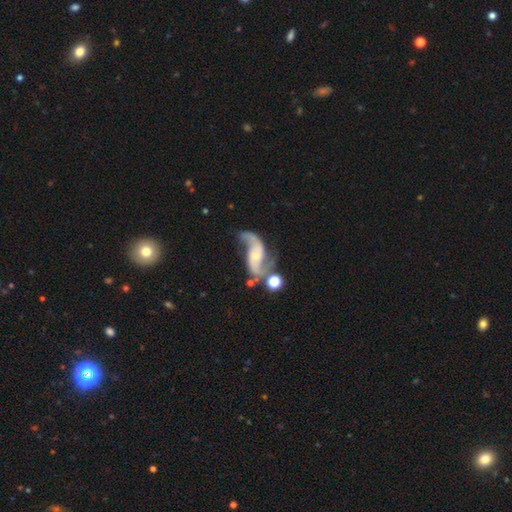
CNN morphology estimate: type=featured or disk (87%); edge-on=no (96%); bar=no (48%); spiral arms=yes (96%); winding=loose (71%); arm count=2 (91%); bulge=small (57%); merging=none (49%).